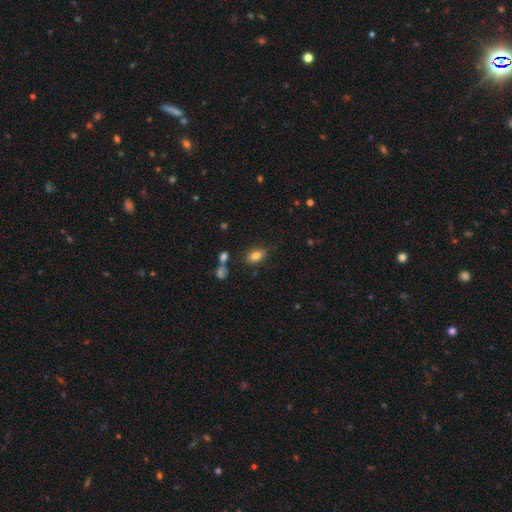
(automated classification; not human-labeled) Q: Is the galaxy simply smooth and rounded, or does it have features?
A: smooth — 81%.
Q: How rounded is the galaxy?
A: in between — 84%.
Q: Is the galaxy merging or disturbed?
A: none — 79%.